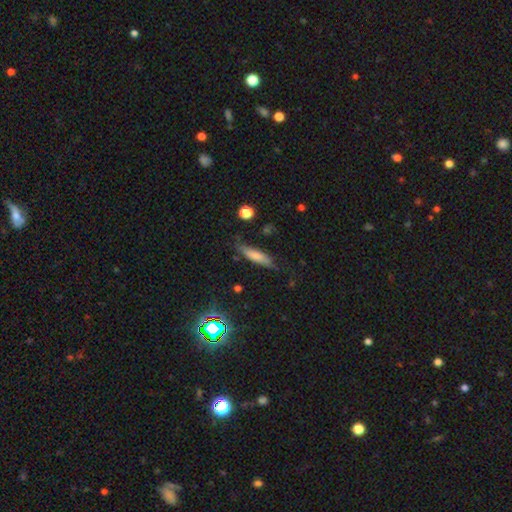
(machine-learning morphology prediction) Smooth or featured?
  - smooth: 71% *
  - featured or disk: 21%
  - star or artifact: 8%
How rounded?
  - cigar-shaped: 71% *
  - in between: 27%
  - round: 2%
Merging?
  - none: 73% *
  - minor disturbance: 20%
  - major disturbance: 5%
  - merger: 2%